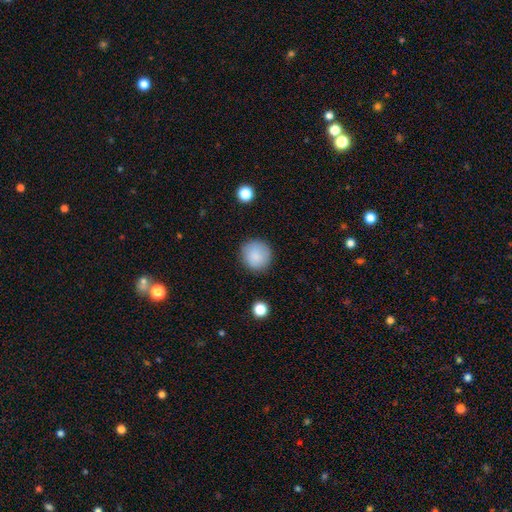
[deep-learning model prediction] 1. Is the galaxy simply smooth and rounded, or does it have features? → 87% smooth, 8% star or artifact, 5% featured or disk.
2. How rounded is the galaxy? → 93% round, 6% in between, 1% cigar-shaped.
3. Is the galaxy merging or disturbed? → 87% none, 9% minor disturbance, 3% major disturbance, 1% merger.